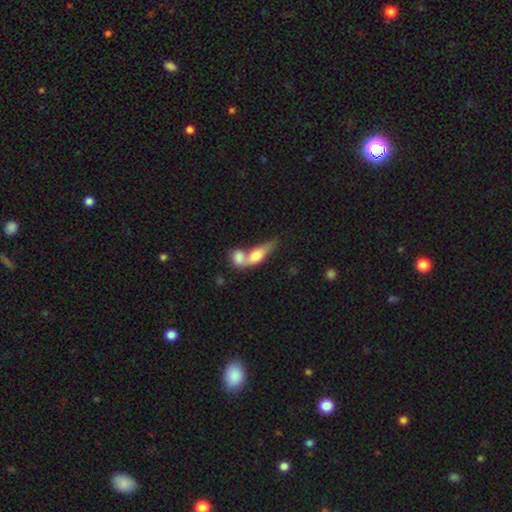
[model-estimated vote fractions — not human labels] smooth-or-featured: smooth: 62% | featured or disk: 31% | star or artifact: 7%
  how-rounded: in between: 61% | cigar-shaped: 28% | round: 11%
  merging: merger: 70% | none: 16% | minor disturbance: 7% | major disturbance: 6%